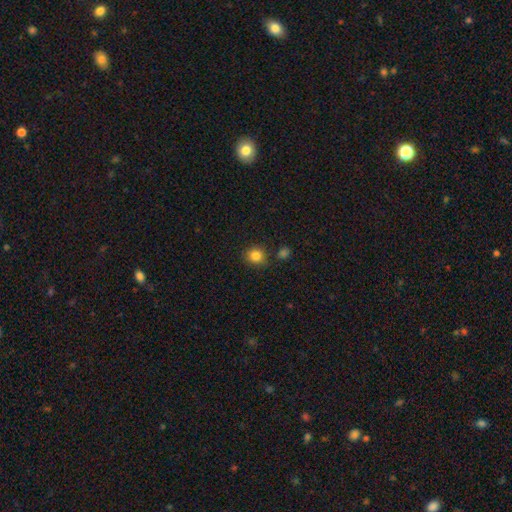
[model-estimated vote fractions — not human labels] smooth_or_featured: smooth (p=0.84) [alt: star or artifact p=0.11]
how_rounded: round (p=0.88) [alt: in between p=0.11]
merging: none (p=0.83) [alt: minor disturbance p=0.09]